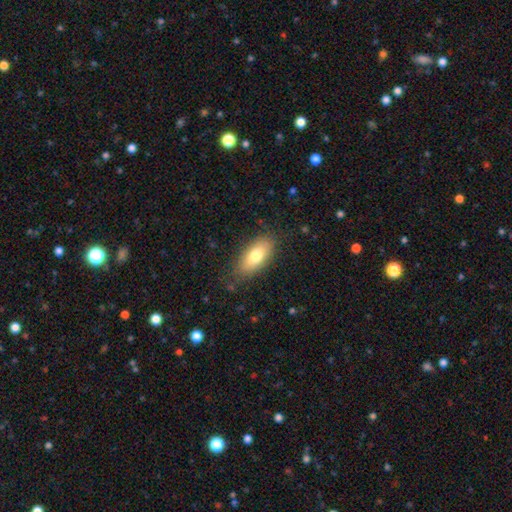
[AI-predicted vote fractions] smooth-or-featured: smooth: 76% | featured or disk: 17% | star or artifact: 7%
  how-rounded: in between: 85% | cigar-shaped: 12% | round: 3%
  merging: none: 81% | minor disturbance: 14% | major disturbance: 4% | merger: 1%